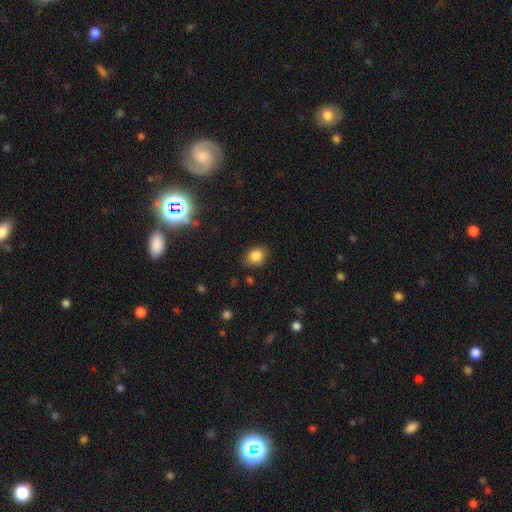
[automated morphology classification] The model was most divided on "how rounded": in between: 51%, round: 47%, cigar-shaped: 1%. More confident: smooth or featured — smooth (83%); merging — none (81%).